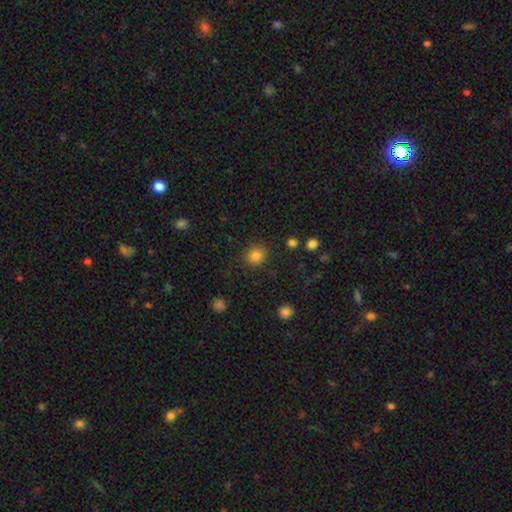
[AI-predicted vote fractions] Smooth or featured: smooth — 84% (star or artifact — 12%)
How rounded: round — 85% (in between — 14%)
Merging: none — 87% (minor disturbance — 8%)